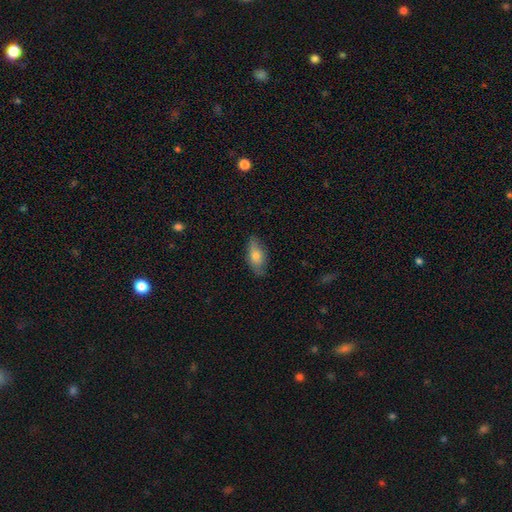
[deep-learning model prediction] smooth 70%, featured or disk 24%, star or artifact 7%. Down the decision tree: how rounded — in between (82%); merging — none (79%).